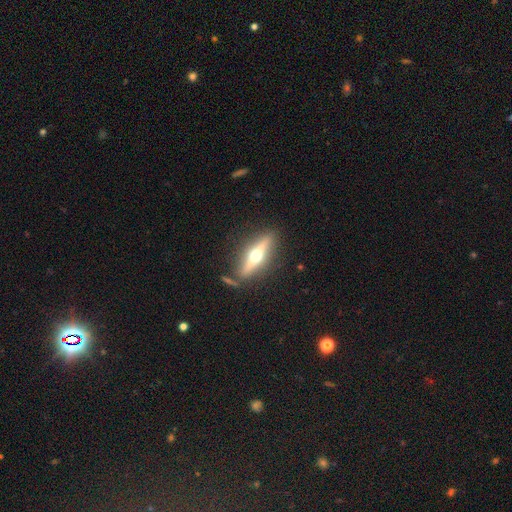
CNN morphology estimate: smooth_or_featured: featured or disk (p=0.68) [alt: smooth p=0.26]
disk_edge_on: yes (p=0.92) [alt: no p=0.08]
edge_on_bulge: rounded (p=0.96) [alt: none p=0.02]
merging: none (p=0.82) [alt: minor disturbance p=0.10]